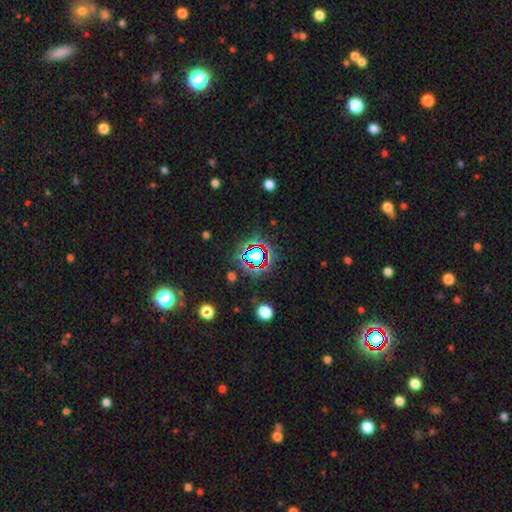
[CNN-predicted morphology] Q: Smooth or featured?
A: star or artifact (64%); runner-up: smooth (23%)